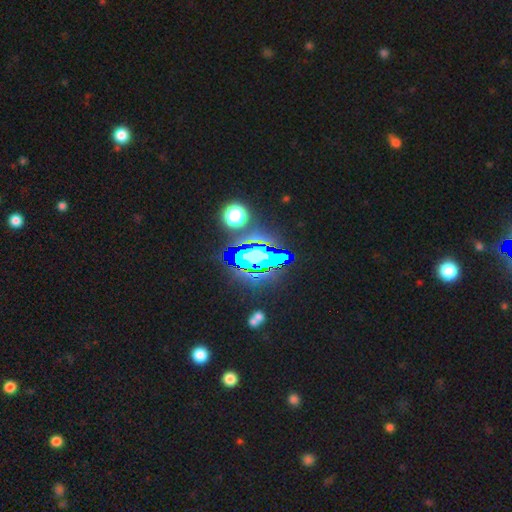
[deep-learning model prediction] Smooth or featured?
  - star or artifact: 65% *
  - smooth: 19%
  - featured or disk: 16%